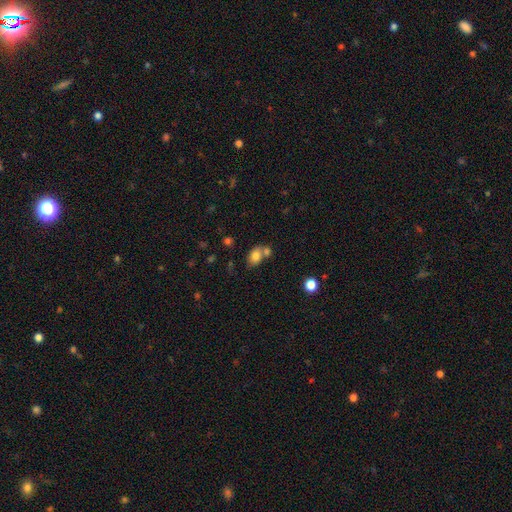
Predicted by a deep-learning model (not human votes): A smooth galaxy with no disk features (78%) that is in between round and cigar-shaped (73%). Merging: none (45%).